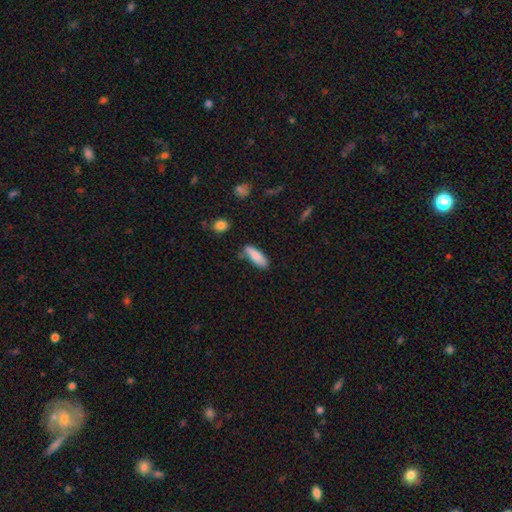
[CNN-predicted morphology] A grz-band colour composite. It shows a smooth galaxy with no disk features (85%) that is in between round and cigar-shaped (53%). Merging: none (71%).